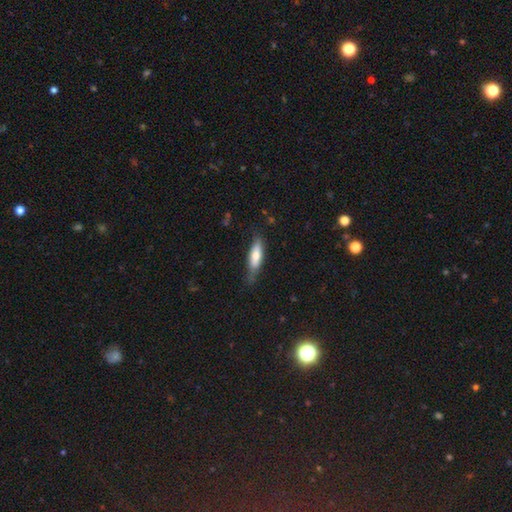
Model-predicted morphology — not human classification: Q: Smooth or featured?
A: smooth (68%); runner-up: featured or disk (27%)
Q: How rounded?
A: cigar-shaped (56%); runner-up: in between (42%)
Q: Merging?
A: none (66%); runner-up: minor disturbance (26%)